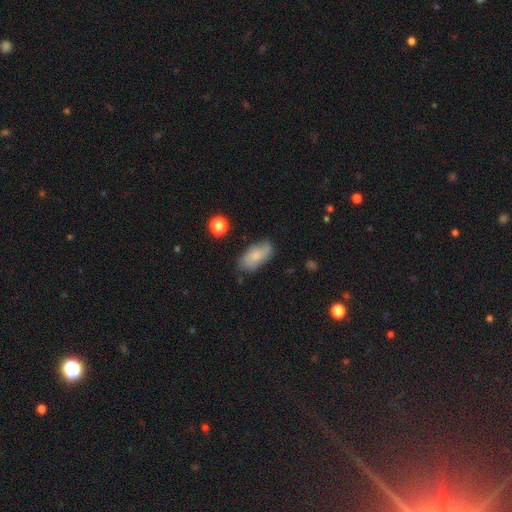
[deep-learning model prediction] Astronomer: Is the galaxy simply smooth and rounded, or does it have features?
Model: smooth — 66%.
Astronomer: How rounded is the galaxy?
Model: in between — 90%.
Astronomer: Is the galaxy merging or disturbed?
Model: none — 69%.